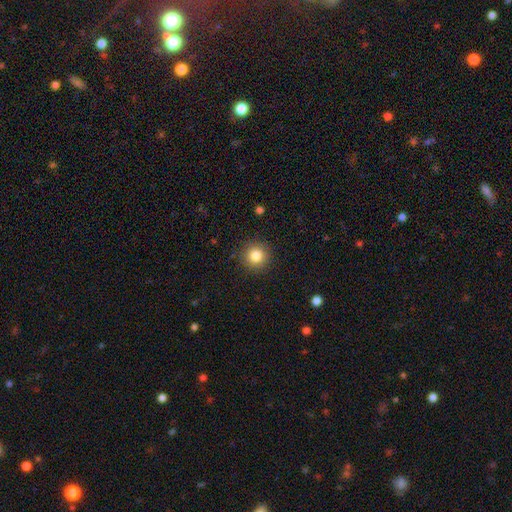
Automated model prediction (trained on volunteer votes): Morphology: type=smooth (83%); roundness=round (95%); merging=none (91%).